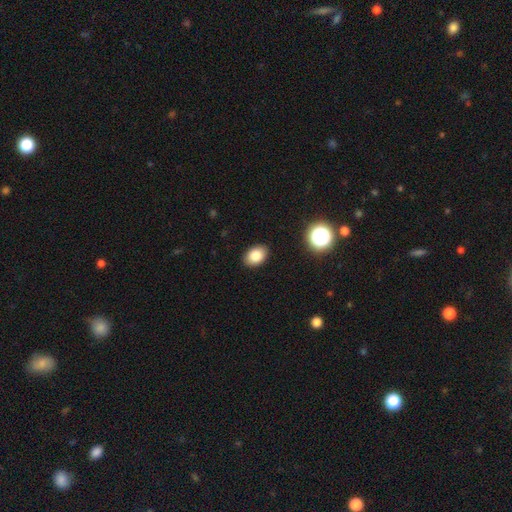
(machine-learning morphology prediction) Smooth or featured? smooth (83%)
How rounded? in between (78%)
Merging? none (89%)